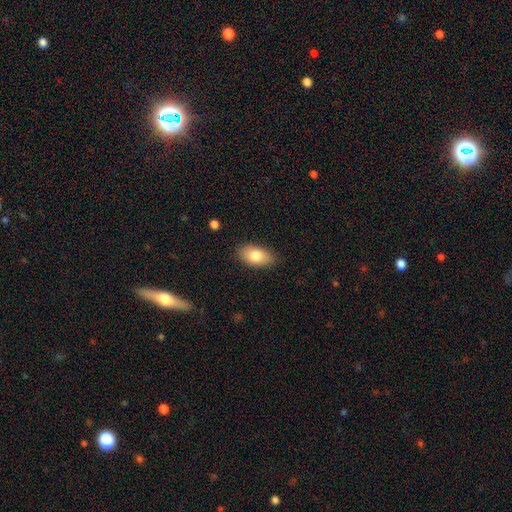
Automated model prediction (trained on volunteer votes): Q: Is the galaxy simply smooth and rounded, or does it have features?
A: smooth — 79%.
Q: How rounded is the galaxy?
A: in between — 92%.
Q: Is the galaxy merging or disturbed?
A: none — 85%.